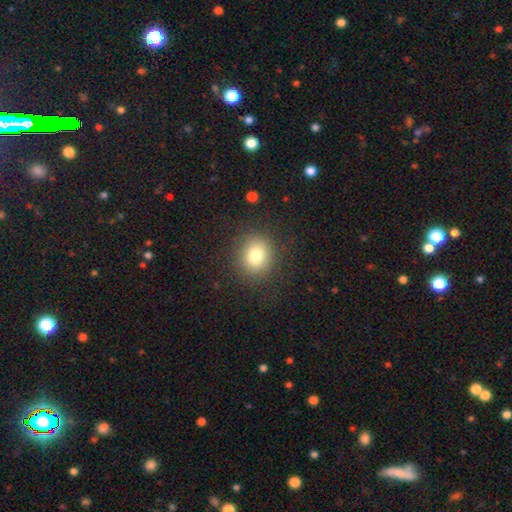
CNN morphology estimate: The model was most divided on "how rounded": round: 79%, in between: 20%, cigar-shaped: 1%. More confident: merging — none (85%); smooth or featured — smooth (78%).